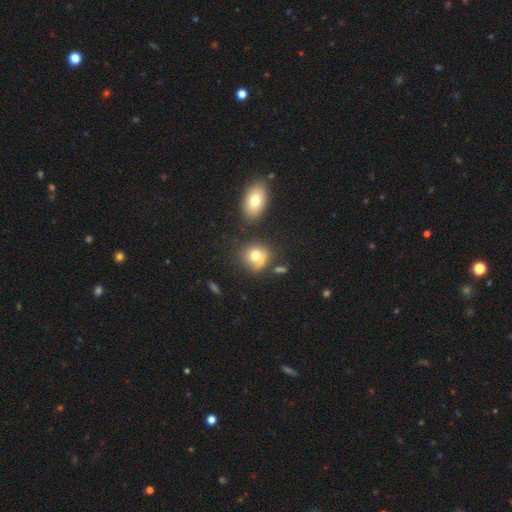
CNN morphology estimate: smooth 72%, featured or disk 16%, star or artifact 11%. Down the decision tree: how rounded — round (78%); merging — none (54%).